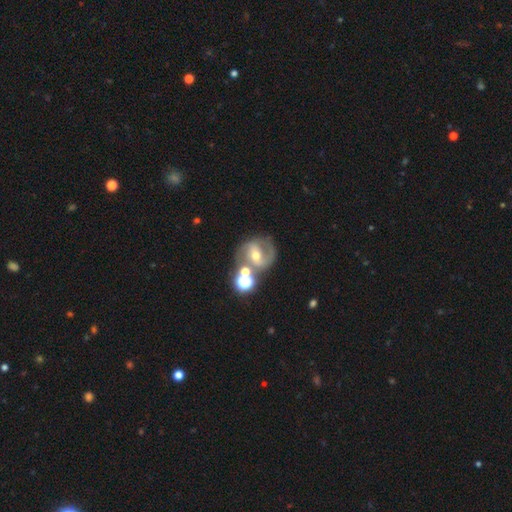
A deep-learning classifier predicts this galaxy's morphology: This is likely a featured or disk galaxy (75%). It is clearly not viewed edge-on (97%). Bar: marginally weak (40%). Spiral arm pattern: clearly yes (89%). Spiral arm count: clearly 2 (84%). Spiral winding: possibly medium (52%). Central bulge: possibly moderate (60%). Merging: likely none (61%).